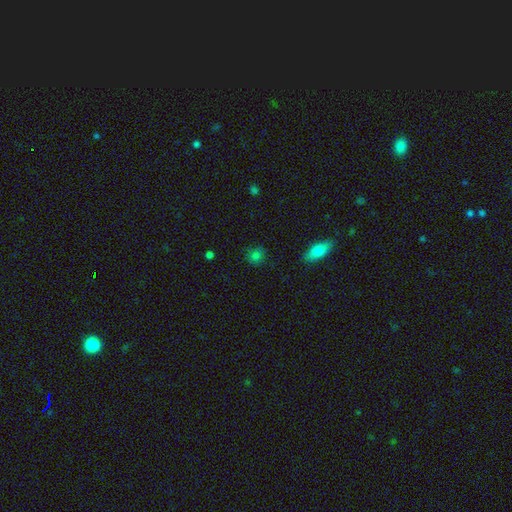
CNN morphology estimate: Overall: smooth (80%). How rounded: round (81%). Merging: none (82%).